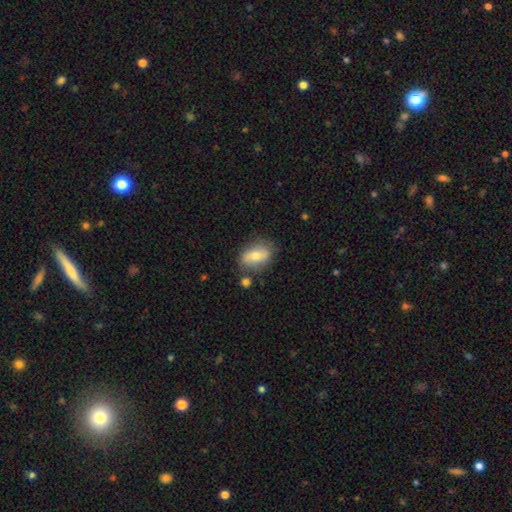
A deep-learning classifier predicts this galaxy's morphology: smooth 67%, featured or disk 25%, star or artifact 7%. Down the decision tree: how rounded — in between (82%); merging — none (75%).